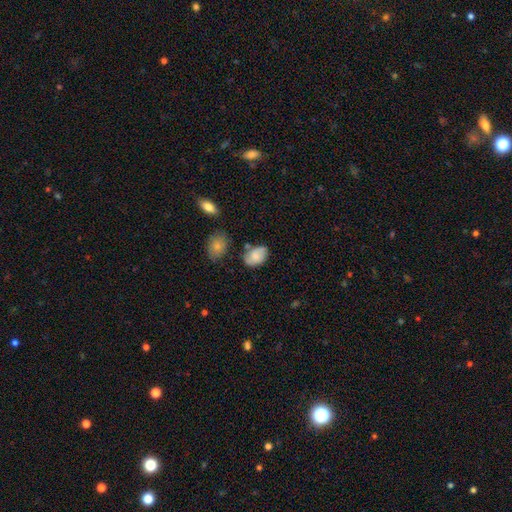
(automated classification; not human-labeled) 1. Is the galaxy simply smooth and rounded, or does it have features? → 68% smooth, 24% featured or disk, 8% star or artifact.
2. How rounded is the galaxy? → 84% in between, 15% round, 1% cigar-shaped.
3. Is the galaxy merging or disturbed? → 63% none, 23% minor disturbance, 8% merger, 6% major disturbance.